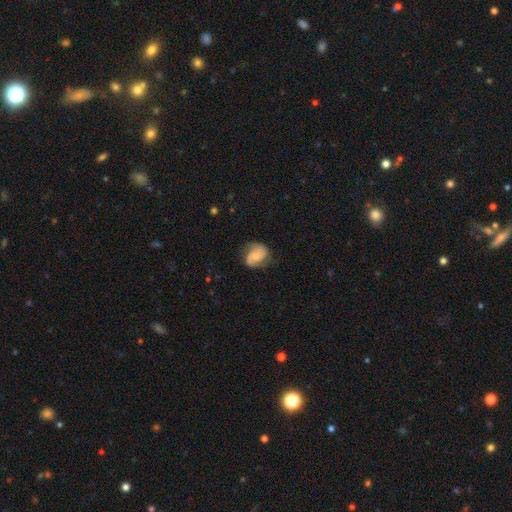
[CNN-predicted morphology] Smooth or featured?
  - featured or disk: 65% *
  - smooth: 28%
  - star or artifact: 7%
Edge-on disk?
  - no: 97% *
  - yes: 3%
Bar?
  - no: 63% *
  - weak: 30%
  - strong: 7%
Spiral arms?
  - yes: 92% *
  - no: 8%
Spiral winding?
  - medium: 44% *
  - tight: 29%
  - loose: 27%
Spiral arm count?
  - 2: 83% *
  - can't tell: 8%
  - 3: 3%
  - 1: 3%
  - 4: 1%
  - more than 4: 1%
Bulge size?
  - small: 50% *
  - moderate: 36%
  - none: 9%
  - large: 4%
  - dominant: 1%
Merging?
  - none: 68% *
  - minor disturbance: 22%
  - major disturbance: 9%
  - merger: 1%